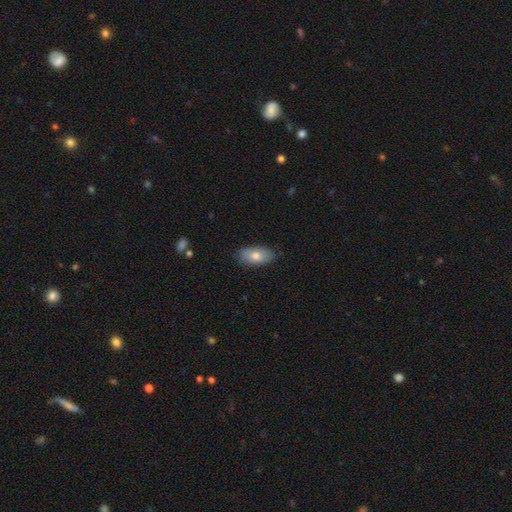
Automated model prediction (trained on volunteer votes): A smooth galaxy with no disk features (74%) that is in between round and cigar-shaped (92%). Merging: none (81%).